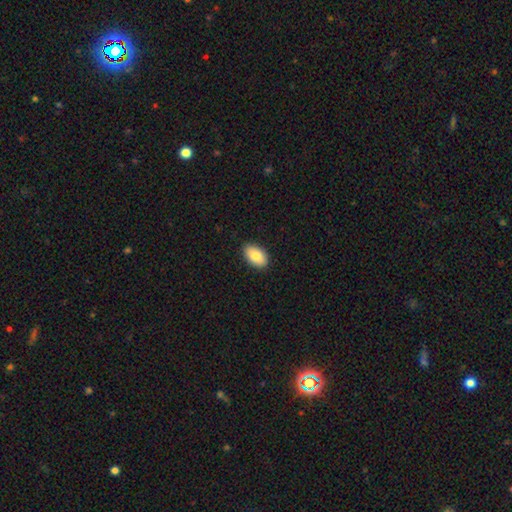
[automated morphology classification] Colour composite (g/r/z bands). It shows a smooth galaxy with no disk features (82%) that is in between round and cigar-shaped (93%). Merging: none (88%).